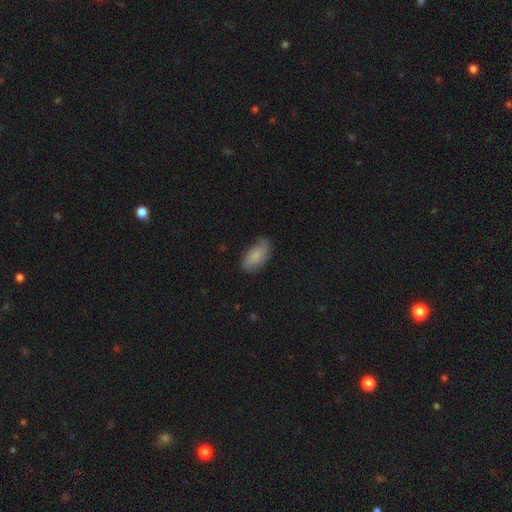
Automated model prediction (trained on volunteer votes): This appears to be a smooth galaxy with no disk features (77%) that is in between round and cigar-shaped (92%). Merging: none (68%).